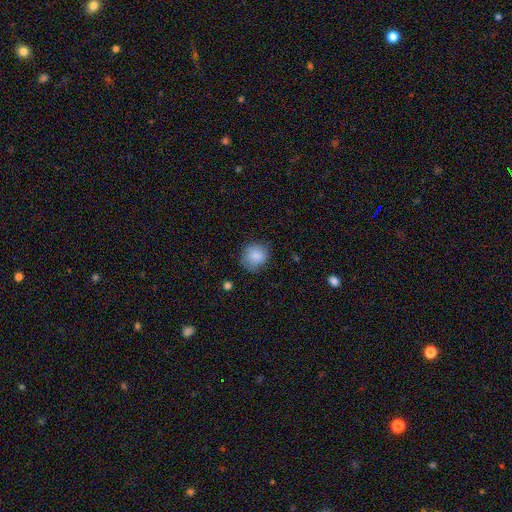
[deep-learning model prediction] smooth 84%, featured or disk 9%, star or artifact 8%. Down the decision tree: how rounded — round (83%); merging — none (71%).